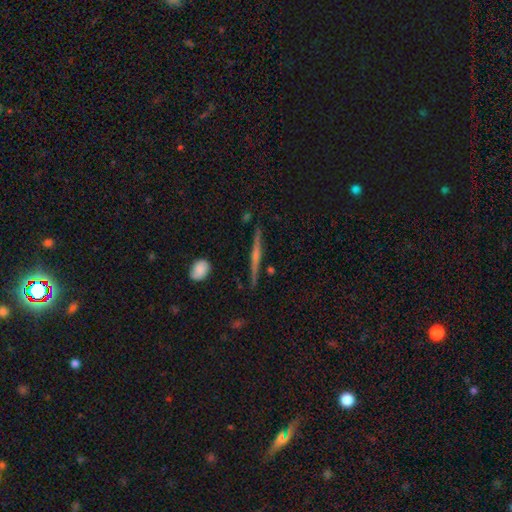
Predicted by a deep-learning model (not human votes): Smooth or featured?
  - featured or disk: 59% *
  - smooth: 21%
  - star or artifact: 19%
Edge-on disk?
  - yes: 92% *
  - no: 8%
Edge-on bulge?
  - rounded: 65% *
  - none: 24%
  - boxy: 10%
Merging?
  - none: 85% *
  - minor disturbance: 8%
  - major disturbance: 3%
  - merger: 3%